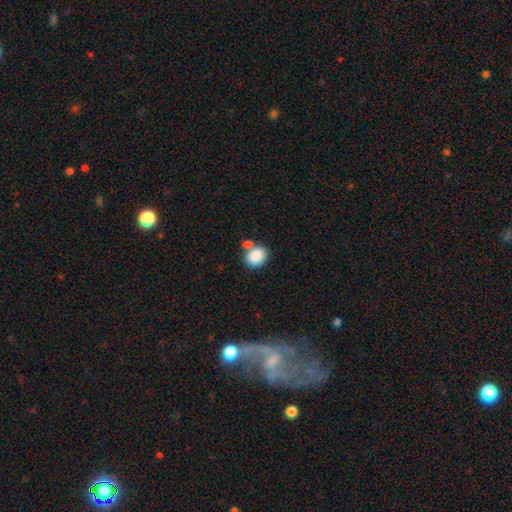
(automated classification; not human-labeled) This appears to be a smooth galaxy with no disk features (87%) that is round (54%). Merging: none (59%).